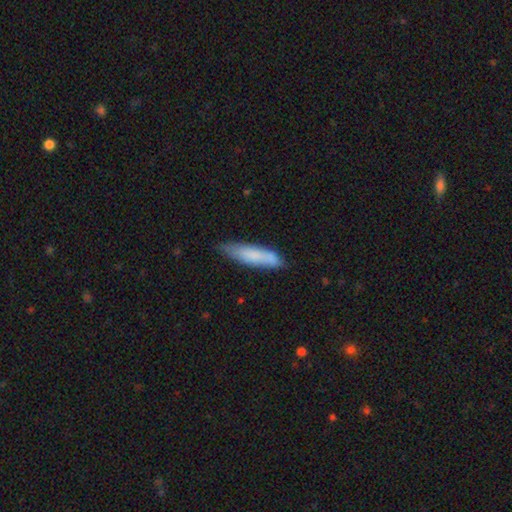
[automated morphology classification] Q: Smooth or featured?
A: smooth (75%); runner-up: featured or disk (19%)
Q: How rounded?
A: cigar-shaped (74%); runner-up: in between (24%)
Q: Merging?
A: none (70%); runner-up: minor disturbance (24%)